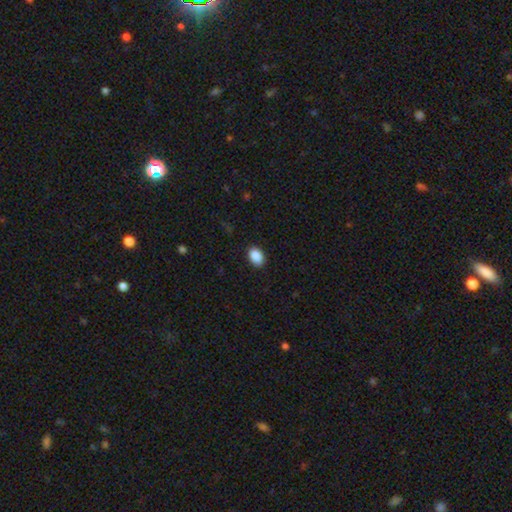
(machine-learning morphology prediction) Q: Smooth or featured?
A: smooth (89%); runner-up: star or artifact (8%)
Q: How rounded?
A: in between (82%); runner-up: round (17%)
Q: Merging?
A: none (88%); runner-up: minor disturbance (9%)